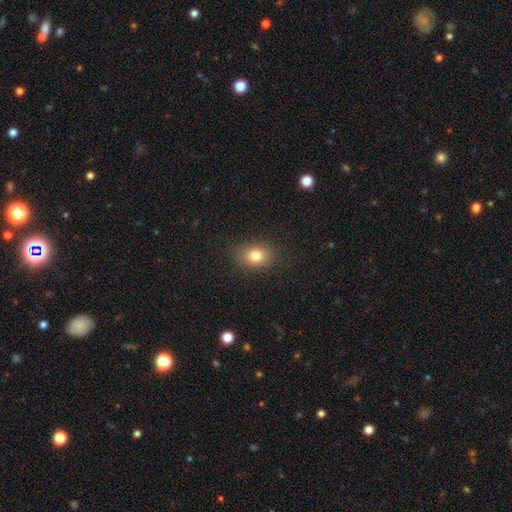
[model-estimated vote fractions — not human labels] smooth 81%, star or artifact 11%, featured or disk 8%. Down the decision tree: how rounded — in between (58%); merging — none (86%).